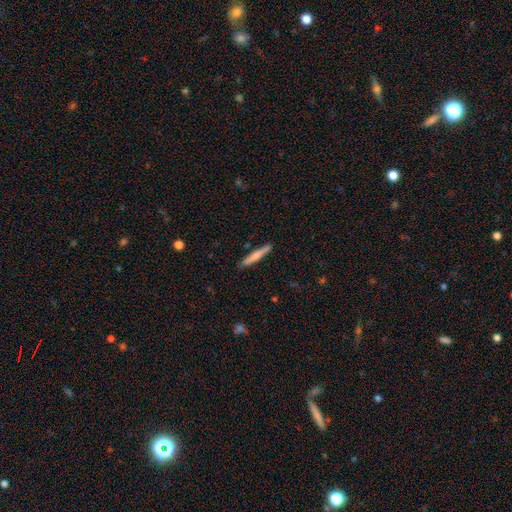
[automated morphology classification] Smooth or featured?
  - smooth: 66% *
  - featured or disk: 28%
  - star or artifact: 5%
How rounded?
  - cigar-shaped: 95% *
  - in between: 4%
  - round: 1%
Merging?
  - none: 89% *
  - minor disturbance: 8%
  - major disturbance: 2%
  - merger: 1%